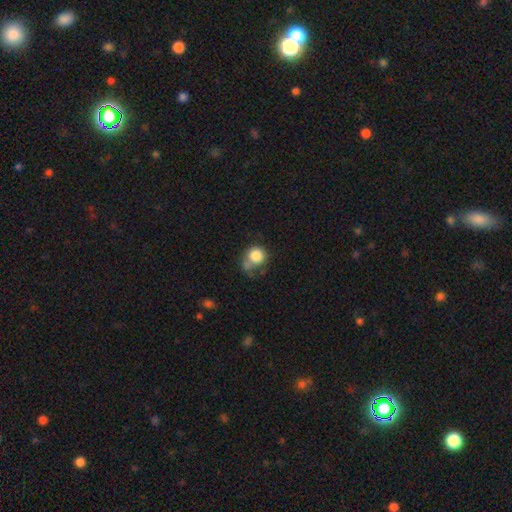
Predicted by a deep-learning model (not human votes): A smooth galaxy with no disk features (82%) that is round (84%). Merging: none (41%).